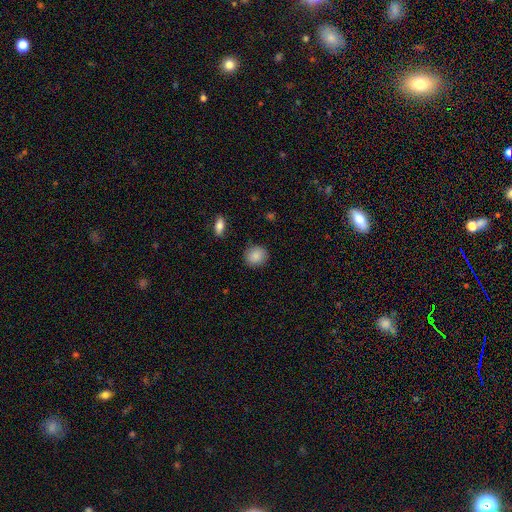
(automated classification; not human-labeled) smooth_or_featured: smooth (p=0.86) [alt: star or artifact p=0.08]
how_rounded: round (p=0.84) [alt: in between p=0.15]
merging: none (p=0.87) [alt: minor disturbance p=0.09]